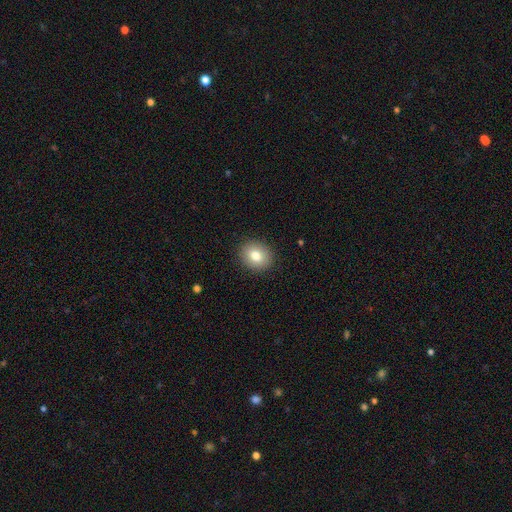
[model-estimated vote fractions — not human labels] Q: Smooth or featured?
A: smooth (80%); runner-up: featured or disk (11%)
Q: How rounded?
A: round (64%); runner-up: in between (35%)
Q: Merging?
A: none (90%); runner-up: minor disturbance (7%)